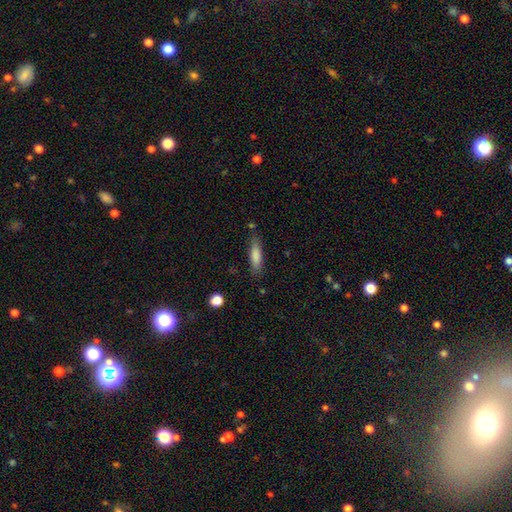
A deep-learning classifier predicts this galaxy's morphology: A smooth galaxy with no disk features (81%) that is cigar-shaped (65%). Merging: none (77%).